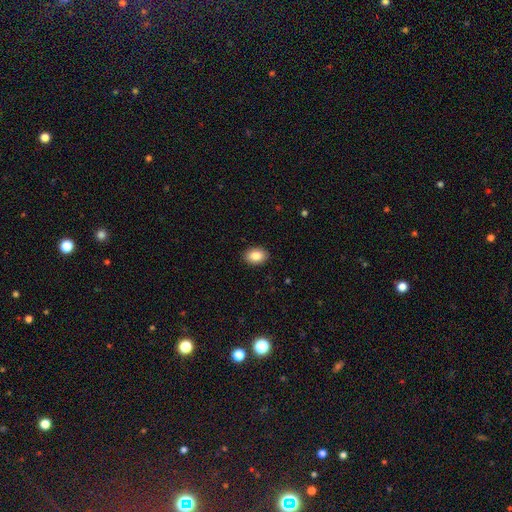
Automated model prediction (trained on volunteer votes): Smooth or featured?
  - smooth: 85% *
  - star or artifact: 8%
  - featured or disk: 6%
How rounded?
  - in between: 79% *
  - round: 20%
  - cigar-shaped: 1%
Merging?
  - none: 90% *
  - minor disturbance: 7%
  - major disturbance: 2%
  - merger: 1%